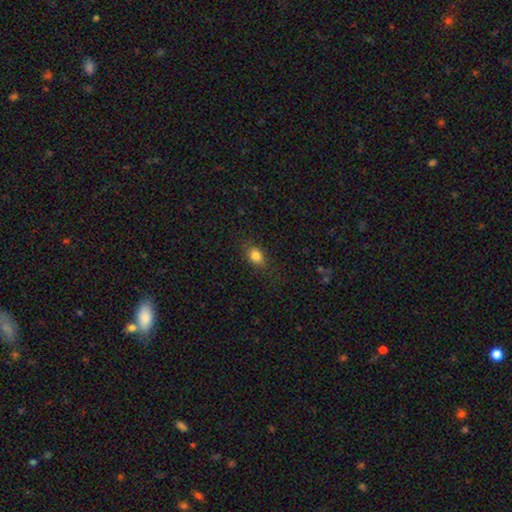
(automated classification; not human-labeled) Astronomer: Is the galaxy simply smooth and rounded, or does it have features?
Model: smooth — 83%.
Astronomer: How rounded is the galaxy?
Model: in between — 70%.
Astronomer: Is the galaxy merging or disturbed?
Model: none — 82%.